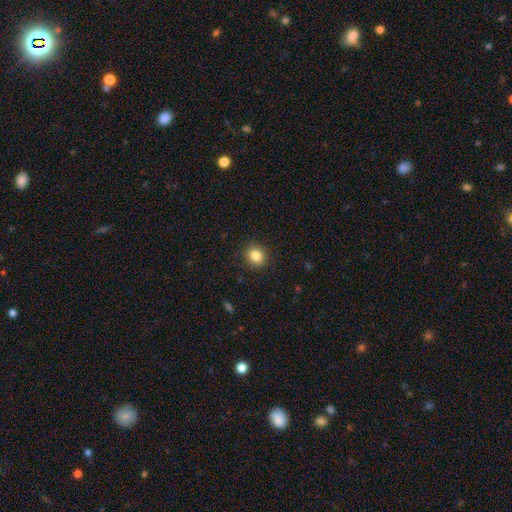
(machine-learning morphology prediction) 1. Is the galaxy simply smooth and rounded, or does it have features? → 84% smooth, 10% star or artifact, 5% featured or disk.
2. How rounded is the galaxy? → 72% round, 27% in between, 1% cigar-shaped.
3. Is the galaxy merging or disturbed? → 90% none, 7% minor disturbance, 2% major disturbance, 1% merger.